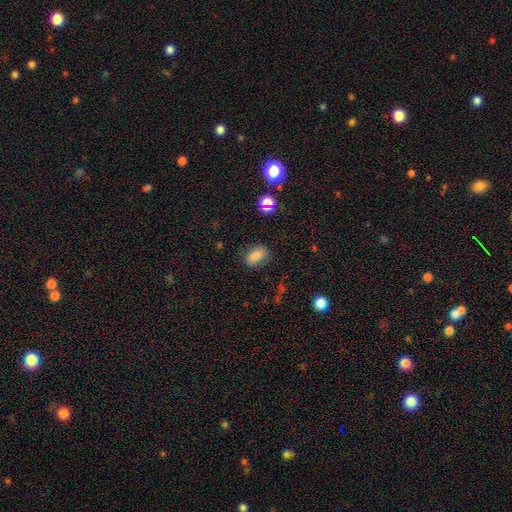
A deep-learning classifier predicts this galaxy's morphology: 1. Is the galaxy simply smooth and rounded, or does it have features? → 79% smooth, 12% star or artifact, 9% featured or disk.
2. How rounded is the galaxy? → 83% in between, 15% round, 2% cigar-shaped.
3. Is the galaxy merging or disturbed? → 78% none, 16% minor disturbance, 5% major disturbance, 2% merger.